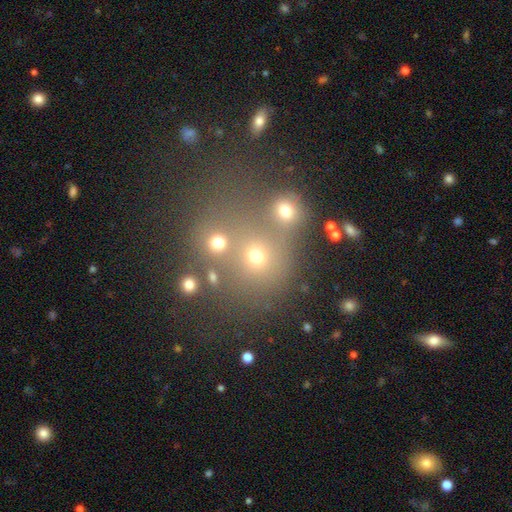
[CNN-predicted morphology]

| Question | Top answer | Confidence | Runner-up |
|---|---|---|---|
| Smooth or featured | smooth | 44% | star or artifact (42%) |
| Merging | none | 54% | merger (32%) |